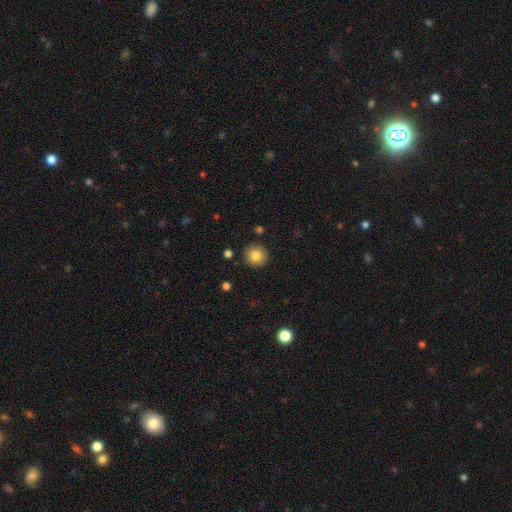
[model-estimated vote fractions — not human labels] A smooth galaxy with no disk features (83%) that is round (94%).

Vote fractions:
- Smooth or featured? smooth: 83% / star or artifact: 9% / featured or disk: 7%
- How rounded? round: 94% / in between: 5% / cigar-shaped: 1%
- Merging? none: 91% / minor disturbance: 6% / major disturbance: 2% / merger: 2%